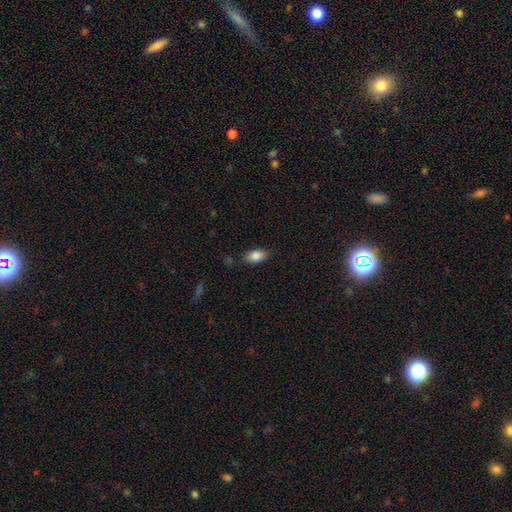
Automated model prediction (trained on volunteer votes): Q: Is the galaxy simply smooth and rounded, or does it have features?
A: smooth — 83%.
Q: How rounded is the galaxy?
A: in between — 90%.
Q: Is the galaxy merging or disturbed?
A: none — 81%.